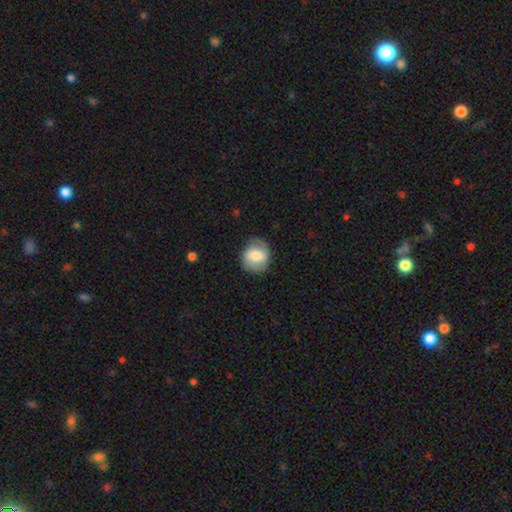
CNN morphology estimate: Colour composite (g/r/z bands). It shows a smooth galaxy with no disk features (58%) that is round (75%). Merging: none (74%).